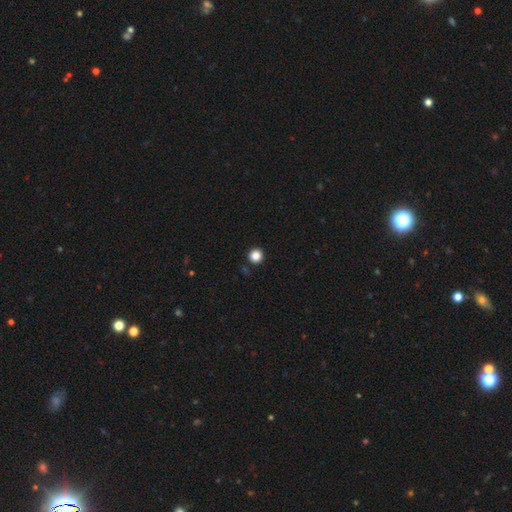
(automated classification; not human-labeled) This appears to be a smooth galaxy with no disk features (85%) that is round (96%). Merging: none (93%).